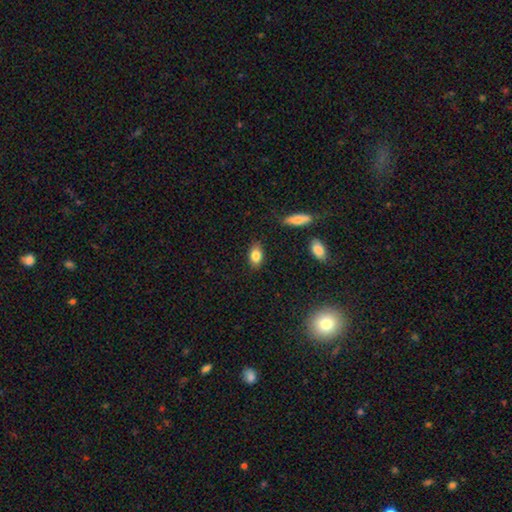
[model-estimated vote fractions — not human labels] Smooth or featured?
  - smooth: 83% *
  - featured or disk: 9%
  - star or artifact: 8%
How rounded?
  - in between: 86% *
  - round: 11%
  - cigar-shaped: 3%
Merging?
  - none: 85% *
  - minor disturbance: 11%
  - major disturbance: 2%
  - merger: 2%